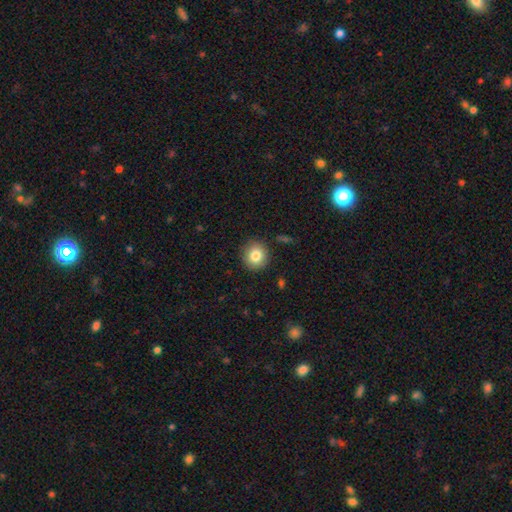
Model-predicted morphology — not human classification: smooth_or_featured: smooth (p=0.82) [alt: star or artifact p=0.09]
how_rounded: round (p=0.89) [alt: in between p=0.10]
merging: none (p=0.89) [alt: minor disturbance p=0.07]